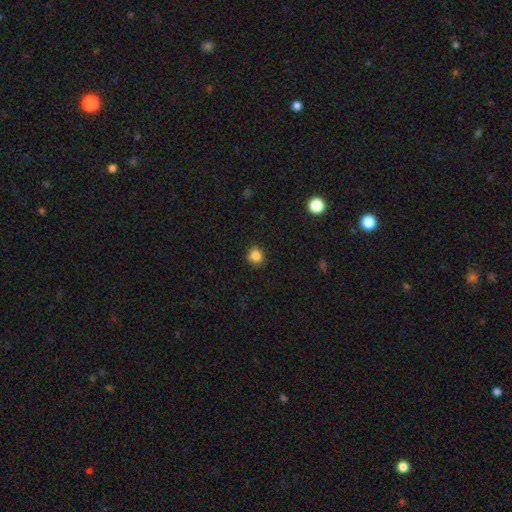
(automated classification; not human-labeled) This appears to be a smooth galaxy with no disk features (84%) that is round (87%). Merging: none (87%).